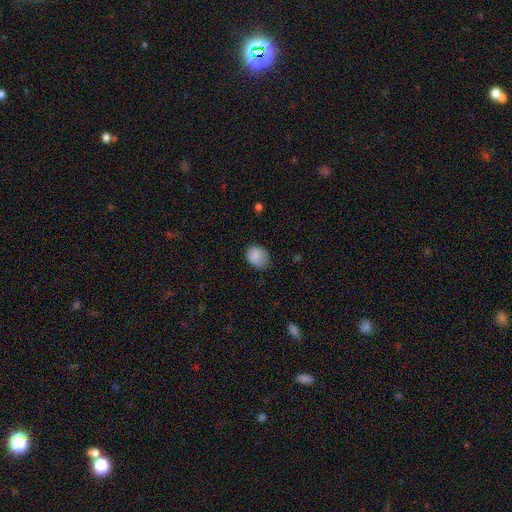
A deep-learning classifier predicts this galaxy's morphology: Smooth or featured? smooth (86%)
How rounded? round (51%)
Merging? none (65%)